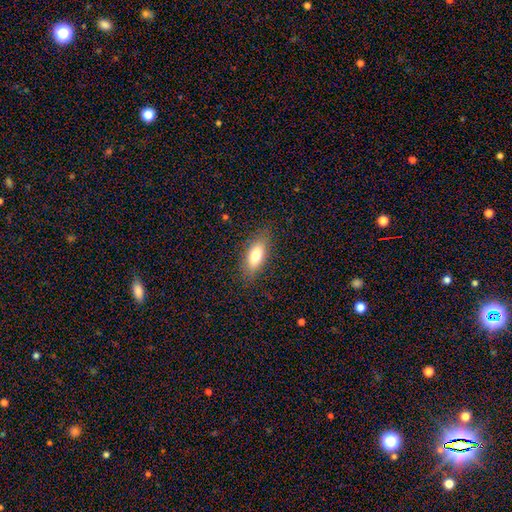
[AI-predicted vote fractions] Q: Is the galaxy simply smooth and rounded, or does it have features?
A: smooth — 76%.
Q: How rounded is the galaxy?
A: in between — 77%.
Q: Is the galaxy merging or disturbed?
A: none — 84%.